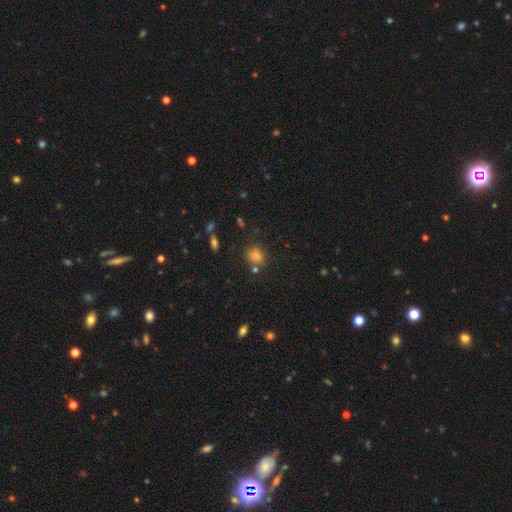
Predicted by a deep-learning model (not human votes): Q: Smooth or featured?
A: smooth (73%); runner-up: star or artifact (20%)
Q: How rounded?
A: round (72%); runner-up: in between (27%)
Q: Merging?
A: none (74%); runner-up: minor disturbance (12%)